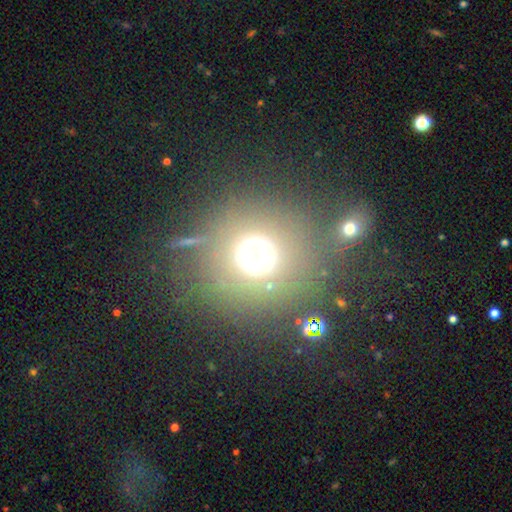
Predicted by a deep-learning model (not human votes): smooth 57%, star or artifact 24%, featured or disk 19%. Down the decision tree: how rounded — round (93%); merging — none (71%).